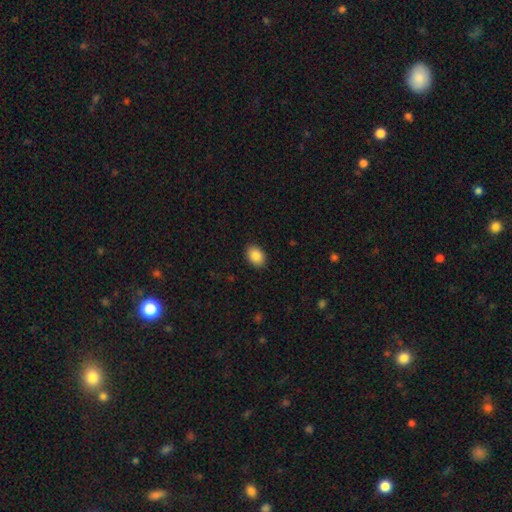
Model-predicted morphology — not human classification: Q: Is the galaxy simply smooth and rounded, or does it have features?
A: smooth — 88%.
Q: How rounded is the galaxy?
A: in between — 72%.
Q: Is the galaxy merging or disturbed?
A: none — 90%.